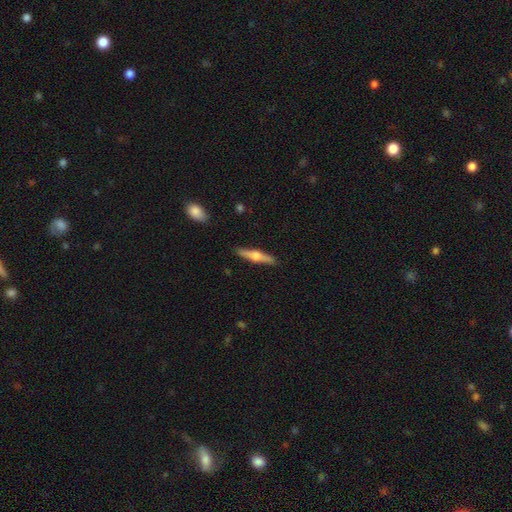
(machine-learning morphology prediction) featured or disk 63%, smooth 31%, star or artifact 6%. Down the decision tree: edge-on disk — yes (97%); edge-on bulge — rounded (93%); merging — none (90%).